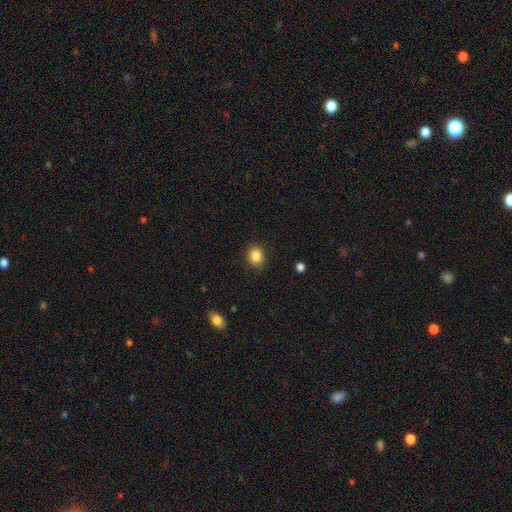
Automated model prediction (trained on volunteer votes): A smooth galaxy with no disk features (86%) that is round (60%). Merging: none (88%).